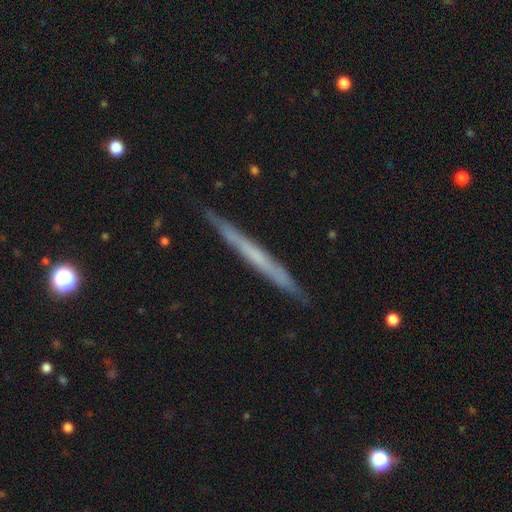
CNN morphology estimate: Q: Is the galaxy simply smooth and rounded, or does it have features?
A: featured or disk — 56%.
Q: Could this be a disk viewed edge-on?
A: yes — 97%.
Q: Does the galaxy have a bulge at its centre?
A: none — 88%.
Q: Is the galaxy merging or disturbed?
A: none — 90%.